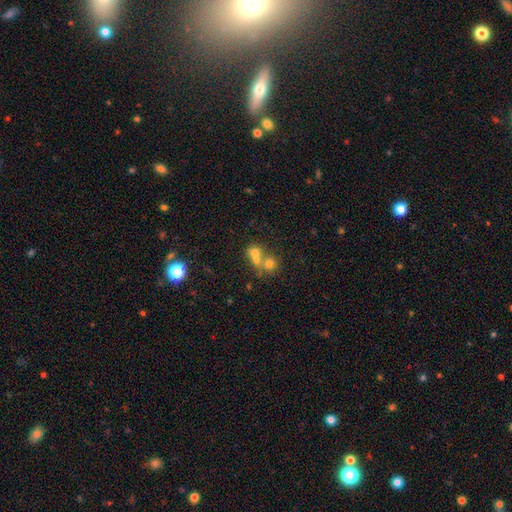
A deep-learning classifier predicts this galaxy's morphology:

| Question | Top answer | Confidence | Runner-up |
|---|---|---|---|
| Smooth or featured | smooth | 62% | featured or disk (22%) |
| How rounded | round | 71% | in between (28%) |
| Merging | merger | 63% | none (28%) |